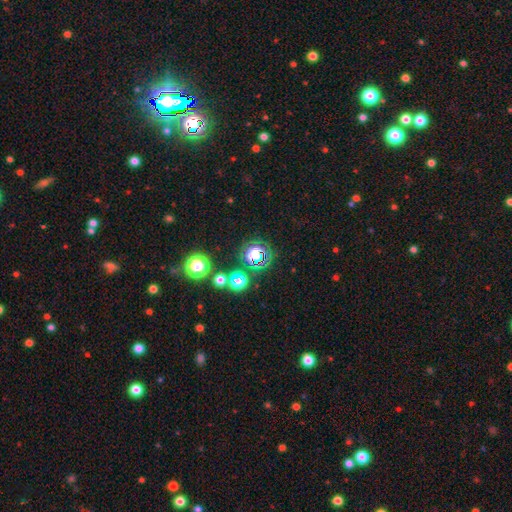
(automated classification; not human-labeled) This is likely a star or artifact rather than a galaxy (61%).